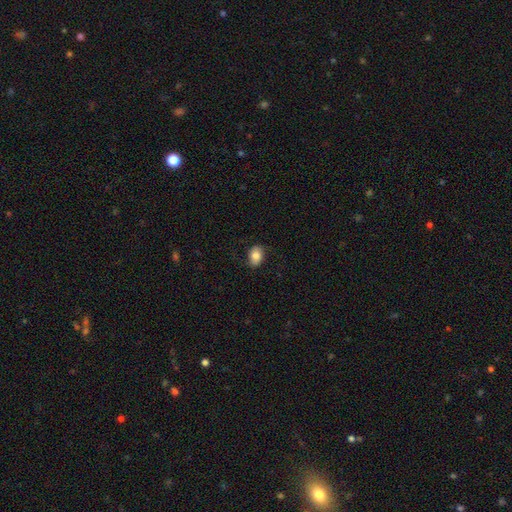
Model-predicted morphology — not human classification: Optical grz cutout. It shows a smooth galaxy with no disk features (79%) that is in between round and cigar-shaped (74%). Merging: none (81%).